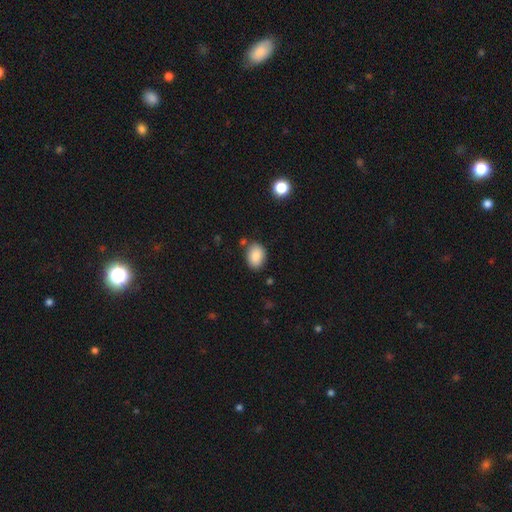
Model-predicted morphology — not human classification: Smooth or featured: smooth — 85% (star or artifact — 8%)
How rounded: in between — 75% (round — 24%)
Merging: none — 80% (minor disturbance — 13%)